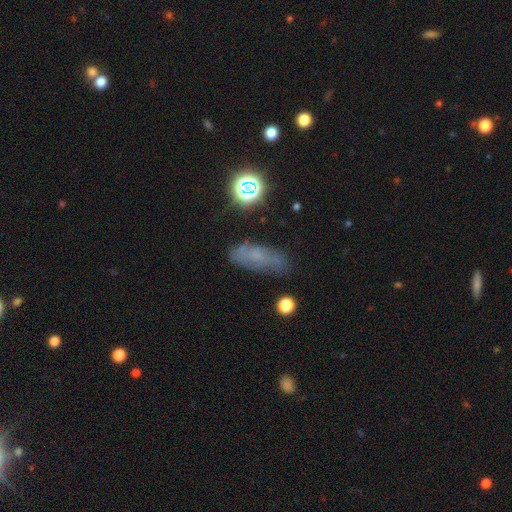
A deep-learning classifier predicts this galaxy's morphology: Smooth or featured?
  - smooth: 53% *
  - featured or disk: 26%
  - star or artifact: 21%
How rounded?
  - in between: 64% *
  - cigar-shaped: 28%
  - round: 7%
Merging?
  - none: 65% *
  - minor disturbance: 23%
  - major disturbance: 9%
  - merger: 3%